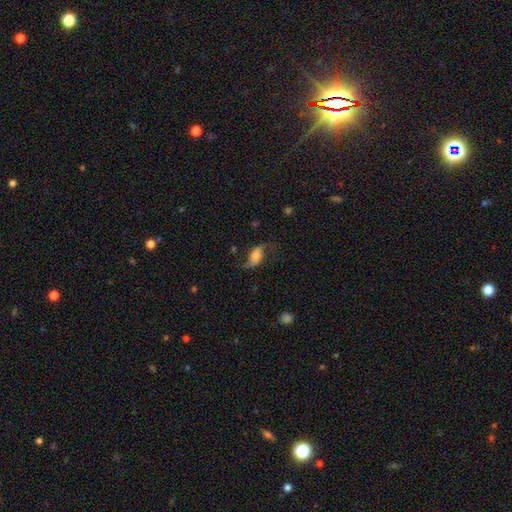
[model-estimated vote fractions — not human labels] This is likely a featured or disk galaxy (70%). It is clearly not viewed edge-on (94%). Bar: possibly no (51%). Spiral arm pattern: clearly yes (93%). Spiral arm count: clearly 2 (92%). Spiral winding: clearly loose (87%). Central bulge: marginally moderate (39%). Merging: likely none (68%).